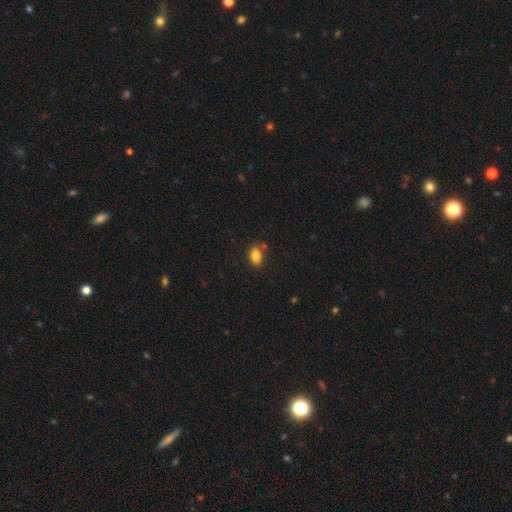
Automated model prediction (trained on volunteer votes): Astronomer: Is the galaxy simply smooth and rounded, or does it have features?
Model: smooth — 85%.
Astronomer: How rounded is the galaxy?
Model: in between — 87%.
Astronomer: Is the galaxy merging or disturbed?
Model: none — 77%.